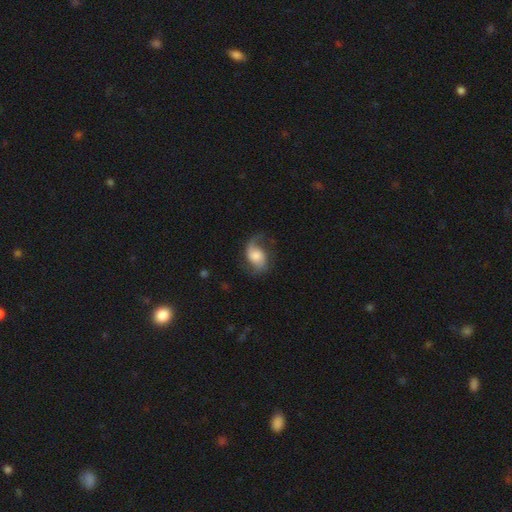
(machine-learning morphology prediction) Smooth or featured?
  - featured or disk: 61% *
  - smooth: 31%
  - star or artifact: 7%
Edge-on disk?
  - no: 96% *
  - yes: 4%
Bar?
  - no: 63% *
  - weak: 30%
  - strong: 7%
Spiral arms?
  - yes: 91% *
  - no: 9%
Spiral winding?
  - loose: 58% *
  - medium: 32%
  - tight: 10%
Spiral arm count?
  - 2: 78% *
  - 1: 15%
  - can't tell: 4%
  - 3: 1%
  - 4: 1%
  - more than 4: 1%
Bulge size?
  - moderate: 34% *
  - large: 32%
  - small: 17%
  - none: 9%
  - dominant: 7%
Merging?
  - none: 56% *
  - minor disturbance: 24%
  - major disturbance: 18%
  - merger: 2%